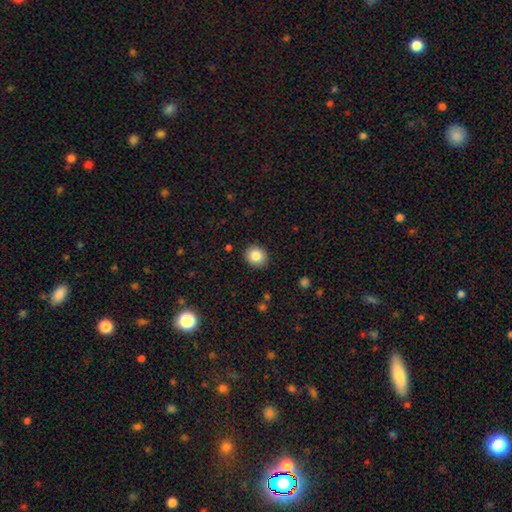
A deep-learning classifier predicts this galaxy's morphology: type=smooth (85%); roundness=round (74%); merging=none (90%).